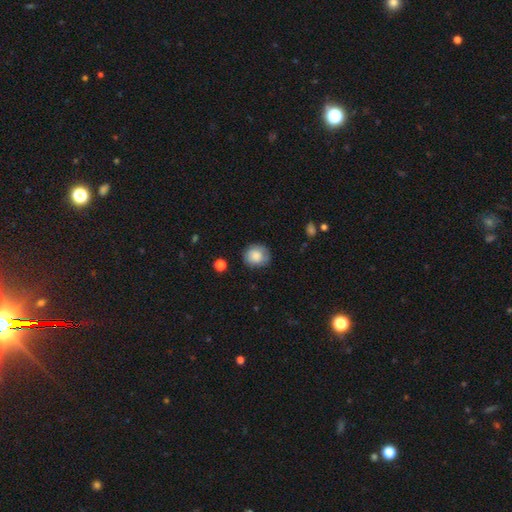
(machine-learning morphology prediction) Smooth or featured: smooth — 82% (featured or disk — 10%)
How rounded: round — 82% (in between — 17%)
Merging: none — 79% (minor disturbance — 16%)